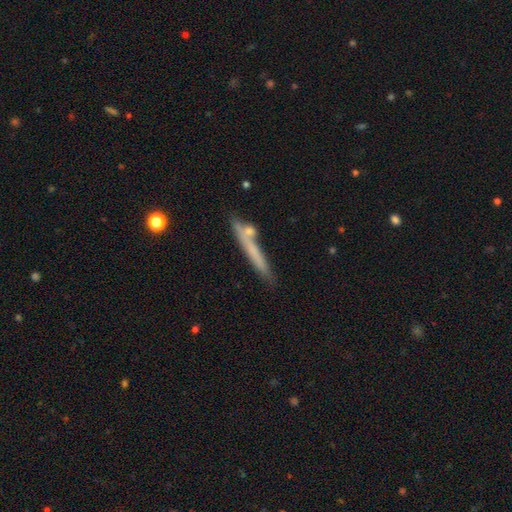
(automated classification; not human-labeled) This appears to be a smooth galaxy with no disk features (60%) that is cigar-shaped (93%). Merging: none (63%).